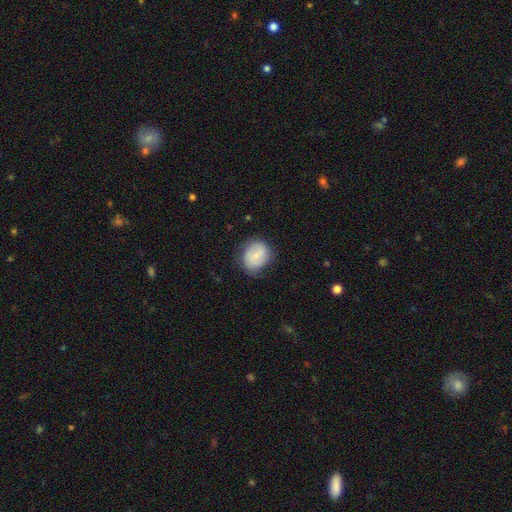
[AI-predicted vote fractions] This appears to be a smooth galaxy with no disk features (67%) that is round (69%). Merging: none (72%).